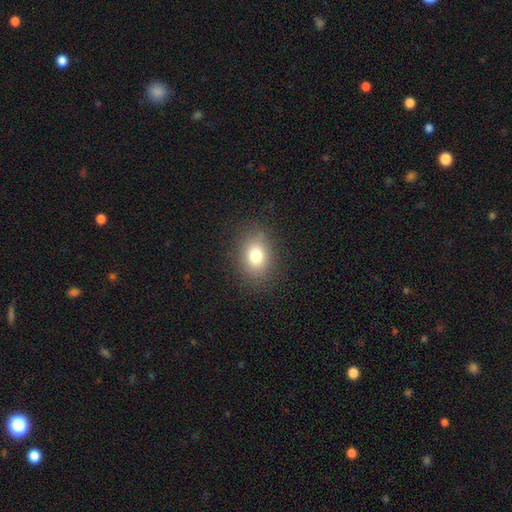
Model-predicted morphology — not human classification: A smooth galaxy with no disk features (77%) that is in between round and cigar-shaped (64%).

Vote fractions:
- Smooth or featured? smooth: 77% / star or artifact: 12% / featured or disk: 11%
- How rounded? in between: 64% / round: 35% / cigar-shaped: 1%
- Merging? none: 84% / minor disturbance: 10% / major disturbance: 4% / merger: 1%